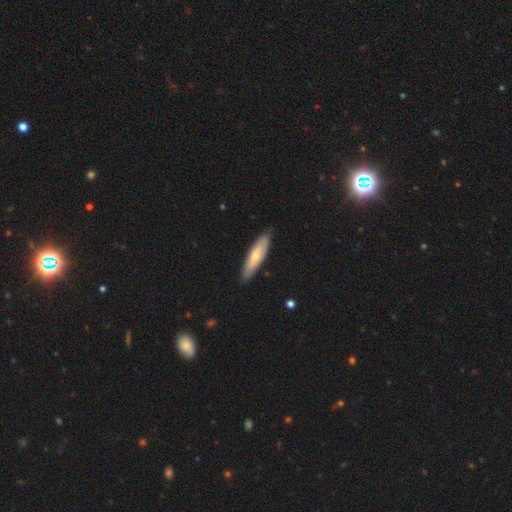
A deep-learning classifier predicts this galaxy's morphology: A smooth galaxy with no disk features (60%) that is cigar-shaped (65%). Merging: none (85%).